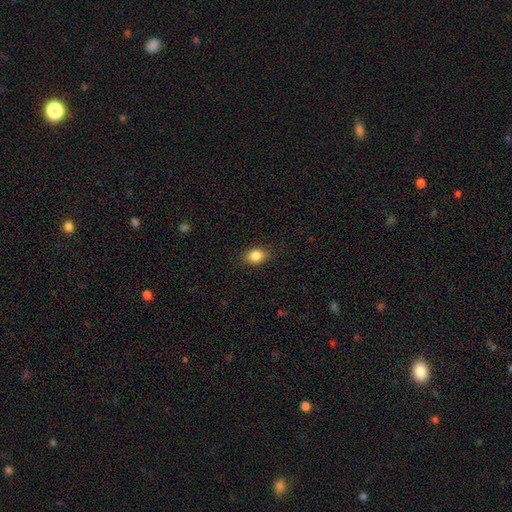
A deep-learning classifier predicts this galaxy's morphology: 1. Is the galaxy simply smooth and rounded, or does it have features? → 86% smooth, 9% star or artifact, 5% featured or disk.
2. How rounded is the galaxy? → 69% in between, 29% round, 1% cigar-shaped.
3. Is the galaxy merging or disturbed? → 87% none, 10% minor disturbance, 3% major disturbance, 1% merger.